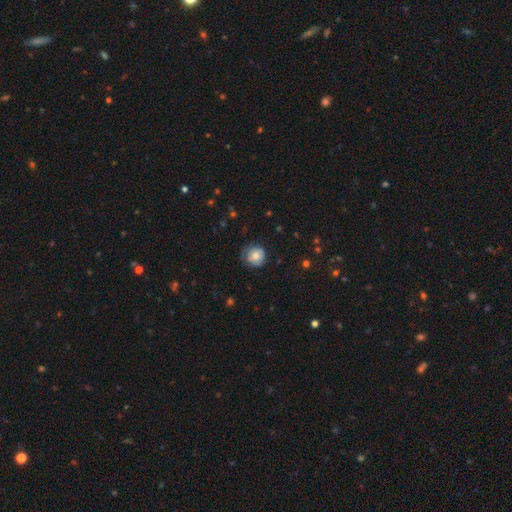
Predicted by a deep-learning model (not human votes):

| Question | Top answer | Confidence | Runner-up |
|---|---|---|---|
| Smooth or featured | smooth | 71% | featured or disk (21%) |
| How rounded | round | 90% | in between (9%) |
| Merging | none | 69% | minor disturbance (23%) |